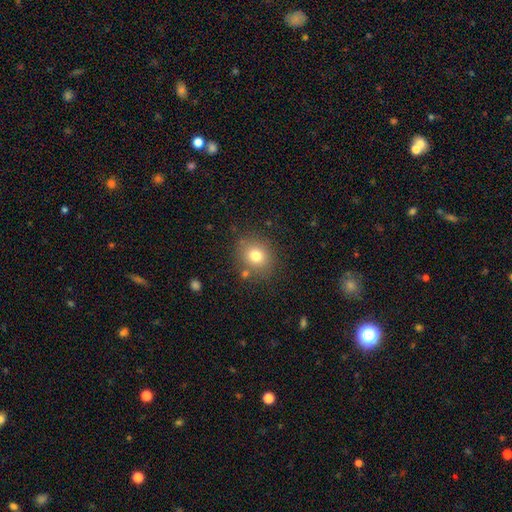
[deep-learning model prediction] Smooth or featured: smooth — 76% (star or artifact — 13%)
How rounded: round — 74% (in between — 25%)
Merging: none — 80% (minor disturbance — 11%)